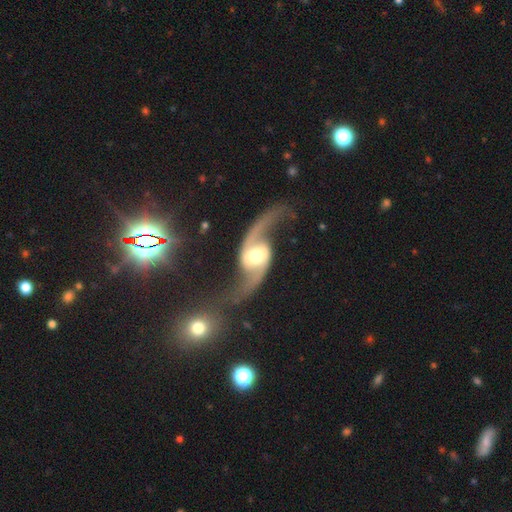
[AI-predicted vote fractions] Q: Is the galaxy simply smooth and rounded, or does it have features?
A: featured or disk — 91%.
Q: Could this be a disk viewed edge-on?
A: no — 97%.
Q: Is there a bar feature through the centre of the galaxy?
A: weak — 39%.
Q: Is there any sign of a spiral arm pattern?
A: yes — 97%.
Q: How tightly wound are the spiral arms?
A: loose — 86%.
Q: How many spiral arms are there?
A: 2 — 94%.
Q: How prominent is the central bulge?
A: moderate — 67%.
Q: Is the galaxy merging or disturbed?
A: none — 66%.